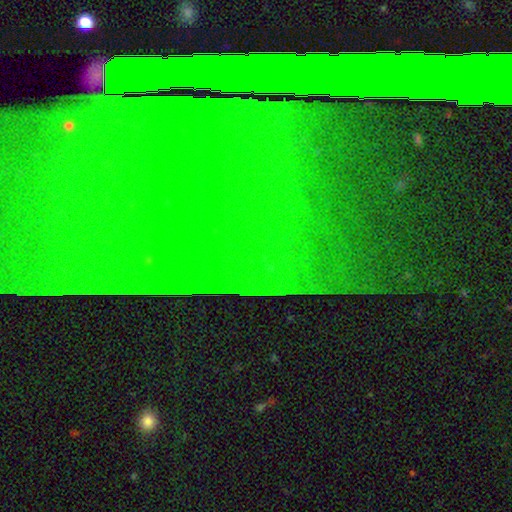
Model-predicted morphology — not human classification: A star or artifact, not a galaxy (83%).

Vote fractions:
- Smooth or featured? star or artifact: 83% / featured or disk: 9% / smooth: 8%